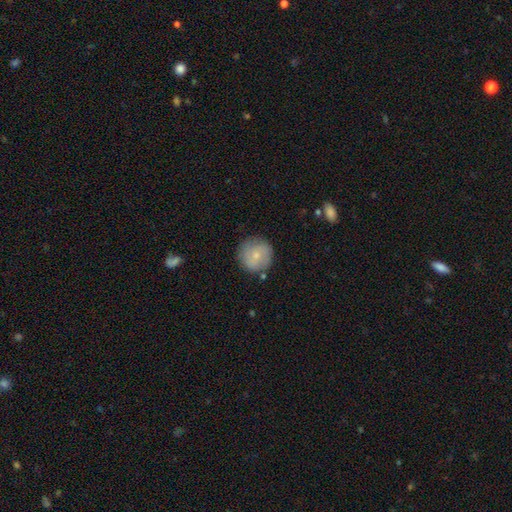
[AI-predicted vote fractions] smooth_or_featured: smooth (p=0.66) [alt: featured or disk p=0.28]
how_rounded: round (p=0.94) [alt: in between p=0.05]
merging: none (p=0.81) [alt: minor disturbance p=0.13]